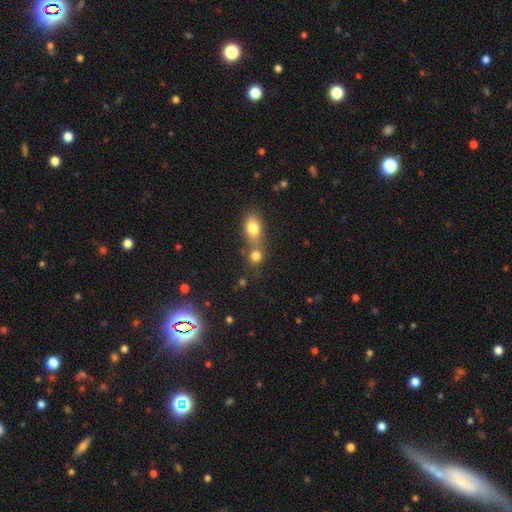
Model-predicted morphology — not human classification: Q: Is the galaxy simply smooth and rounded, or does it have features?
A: smooth — 79%.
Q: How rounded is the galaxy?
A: round — 68%.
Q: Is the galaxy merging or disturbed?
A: merger — 49%.